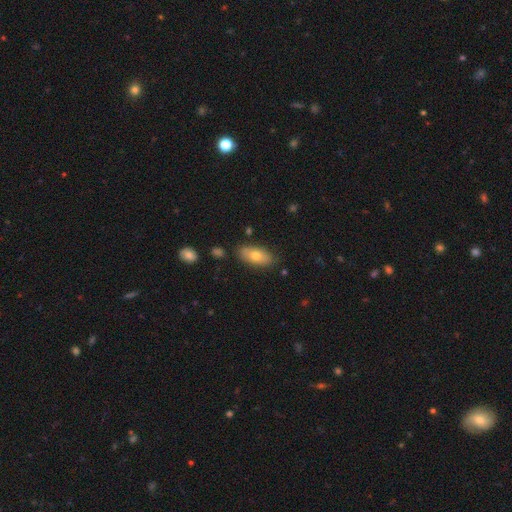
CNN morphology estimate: A smooth galaxy with no disk features (70%) that is in between round and cigar-shaped (86%).

Vote fractions:
- Smooth or featured? smooth: 70% / featured or disk: 23% / star or artifact: 7%
- How rounded? in between: 86% / cigar-shaped: 10% / round: 4%
- Merging? none: 83% / minor disturbance: 12% / major disturbance: 2% / merger: 2%